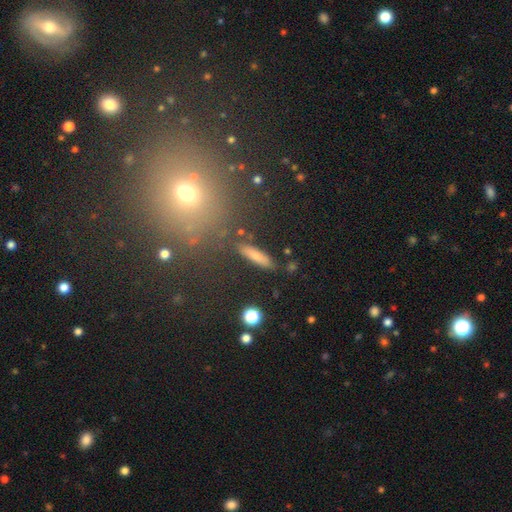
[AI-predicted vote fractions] smooth-or-featured: smooth: 75% | featured or disk: 16% | star or artifact: 9%
  how-rounded: cigar-shaped: 76% | in between: 21% | round: 3%
  merging: none: 83% | minor disturbance: 10% | merger: 3% | major disturbance: 3%